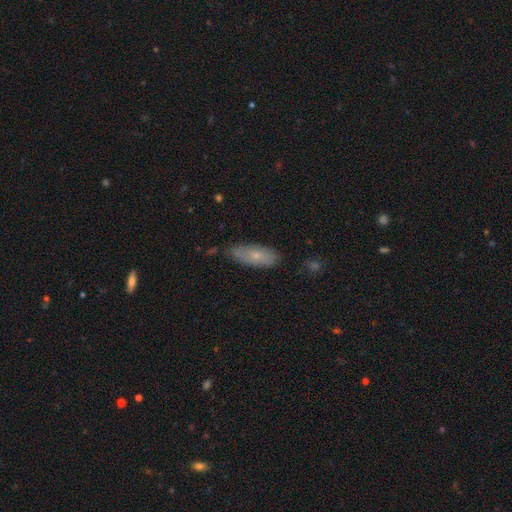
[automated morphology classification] Smooth or featured: smooth — 69% (featured or disk — 24%)
How rounded: in between — 67% (cigar-shaped — 31%)
Merging: none — 72% (minor disturbance — 22%)